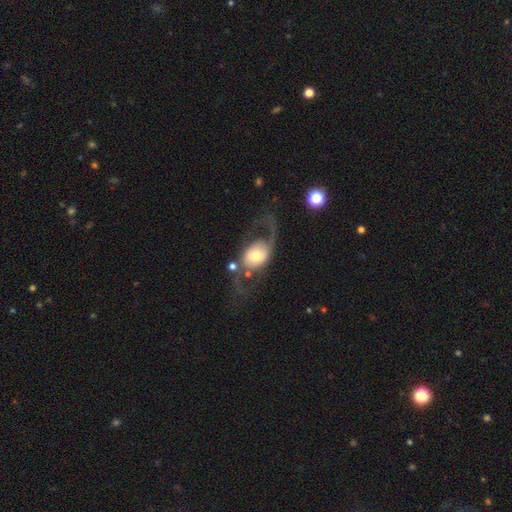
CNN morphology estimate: Smooth or featured: featured or disk — 64% (smooth — 30%)
Edge-on disk: no — 92% (yes — 8%)
Bar: no — 69% (weak — 23%)
Spiral arms: yes — 76% (no — 24%)
Bulge size: moderate — 52% (large — 25%)
Merging: none — 50% (major disturbance — 27%)